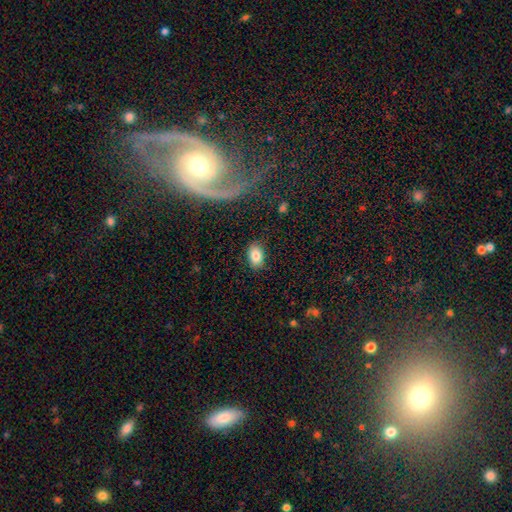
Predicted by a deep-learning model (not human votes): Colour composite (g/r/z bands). It shows a smooth galaxy with no disk features (82%) that is in between round and cigar-shaped (85%). Merging: none (84%).